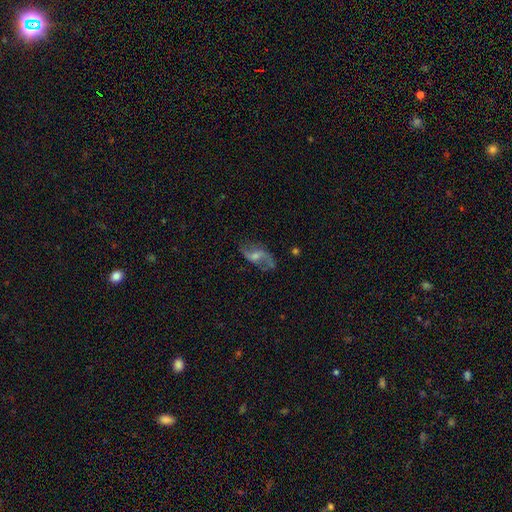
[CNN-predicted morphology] A featured or disk galaxy (77%) with a weak bar (48%), 2 (88%) loose (68%) spiral arms (92%) and a small central bulge (42%).

Vote fractions:
- Smooth or featured? featured or disk: 77% / smooth: 13% / star or artifact: 9%
- Edge-on disk? no: 95% / yes: 5%
- Bar? weak: 48% / no: 37% / strong: 15%
- Spiral arms? yes: 92% / no: 8%
- Spiral winding? loose: 68% / medium: 25% / tight: 7%
- Spiral arm count? 2: 88% / can't tell: 5% / 1: 3% / 3: 1% / 4: 1% / more than 4: 1%
- Bulge size? small: 42% / moderate: 41% / none: 11% / large: 4% / dominant: 1%
- Merging? none: 71% / minor disturbance: 17% / major disturbance: 10% / merger: 2%